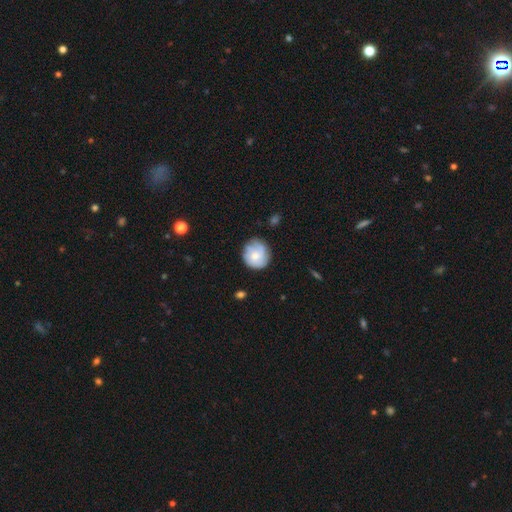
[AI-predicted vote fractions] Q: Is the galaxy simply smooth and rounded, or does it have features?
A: smooth — 56%.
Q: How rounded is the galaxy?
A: round — 87%.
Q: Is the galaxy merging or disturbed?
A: none — 73%.